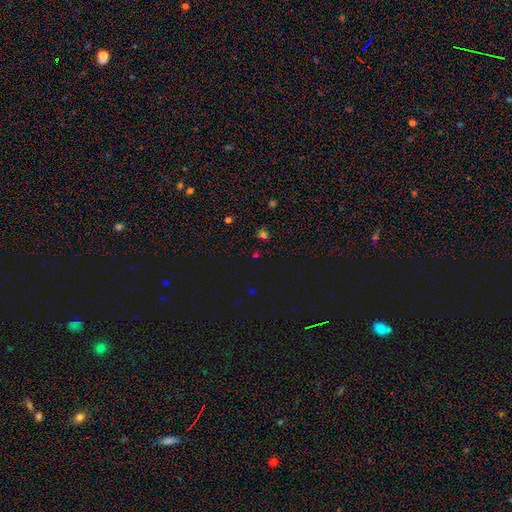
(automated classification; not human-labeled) Overall: star or artifact (51%; smooth 43%).